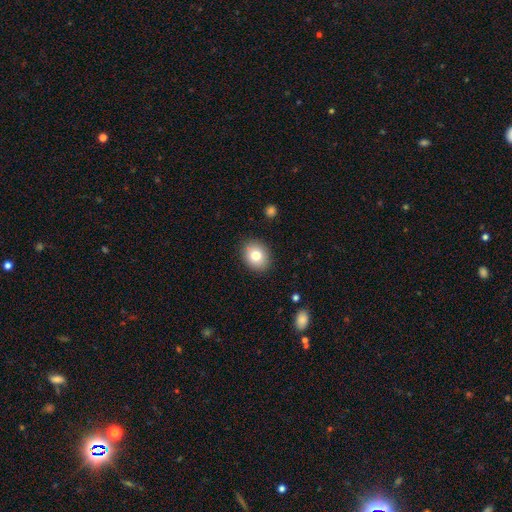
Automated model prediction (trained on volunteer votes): smooth_or_featured: smooth (p=0.78) [alt: featured or disk p=0.13]
how_rounded: round (p=0.52) [alt: in between p=0.47]
merging: none (p=0.88) [alt: minor disturbance p=0.08]